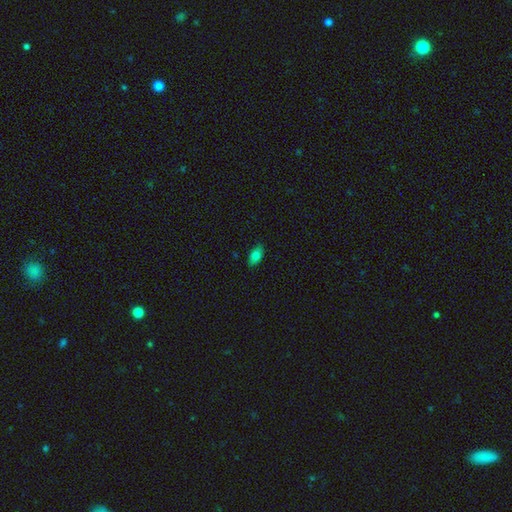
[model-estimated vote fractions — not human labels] Smooth or featured: smooth — 77% (featured or disk — 14%)
How rounded: in between — 88% (cigar-shaped — 7%)
Merging: none — 85% (minor disturbance — 12%)